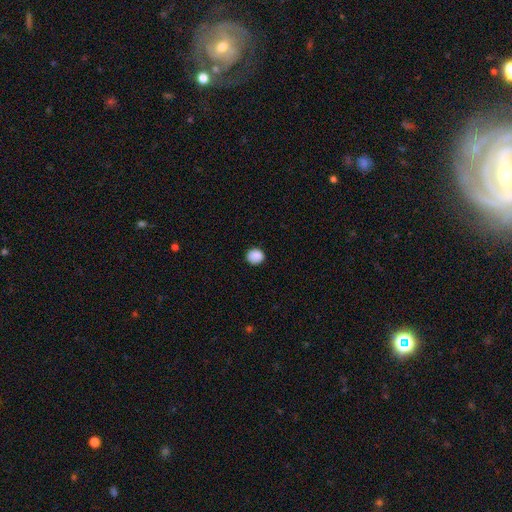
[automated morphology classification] type=smooth (88%); roundness=round (85%); merging=none (87%).